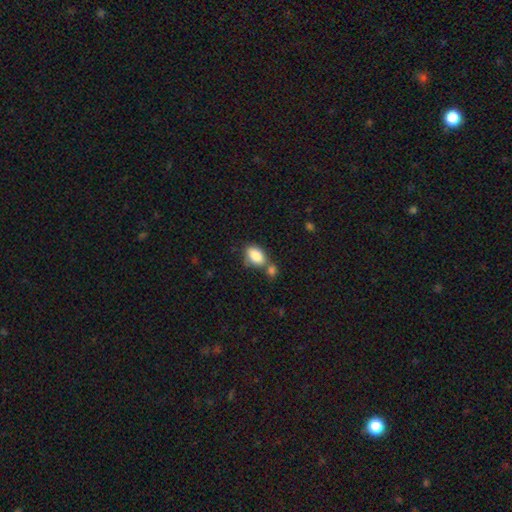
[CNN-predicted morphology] smooth_or_featured: smooth (p=0.84) [alt: featured or disk p=0.09]
how_rounded: in between (p=0.88) [alt: round p=0.10]
merging: none (p=0.48) [alt: merger p=0.32]